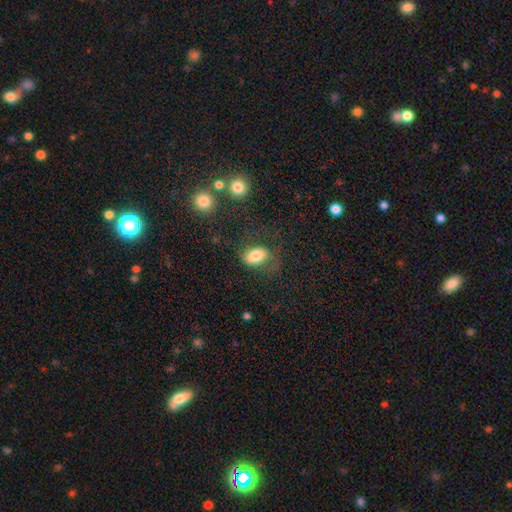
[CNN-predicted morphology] Q: Smooth or featured?
A: smooth (81%); runner-up: featured or disk (11%)
Q: How rounded?
A: in between (88%); runner-up: round (11%)
Q: Merging?
A: none (60%); runner-up: minor disturbance (21%)